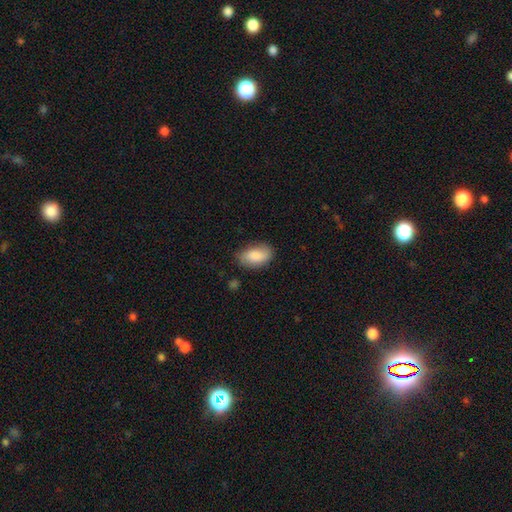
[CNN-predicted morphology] smooth 84%, featured or disk 9%, star or artifact 6%. Down the decision tree: how rounded — in between (93%); merging — none (77%).